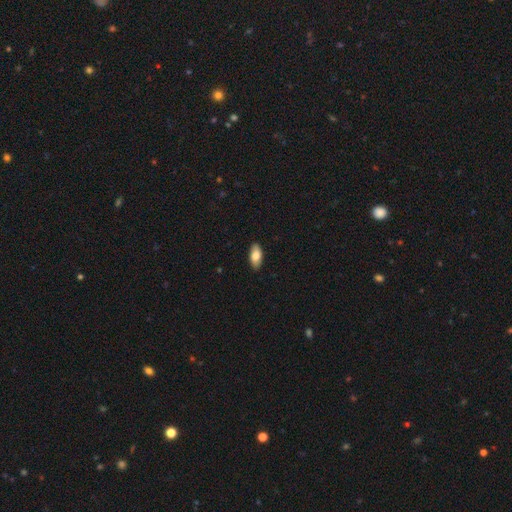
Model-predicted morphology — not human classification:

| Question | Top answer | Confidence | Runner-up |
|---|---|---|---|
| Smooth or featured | smooth | 81% | featured or disk (13%) |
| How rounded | in between | 89% | cigar-shaped (9%) |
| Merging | none | 88% | minor disturbance (9%) |